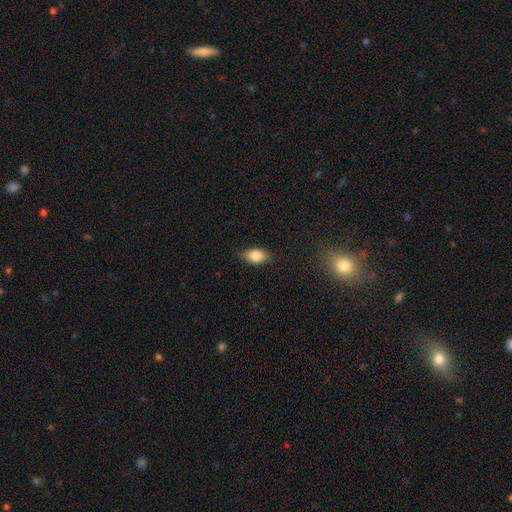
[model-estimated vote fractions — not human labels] smooth 83%, featured or disk 9%, star or artifact 8%. Down the decision tree: how rounded — in between (88%); merging — none (76%).